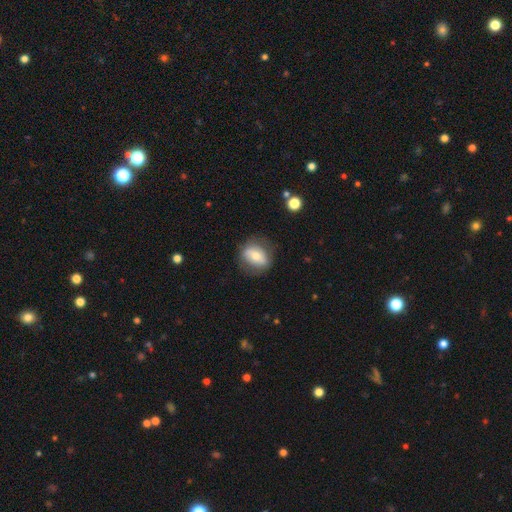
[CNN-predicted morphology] Smooth or featured? Predicted: smooth (p=0.61). How rounded? Predicted: in between (p=0.62). Merging? Predicted: none (p=0.75).